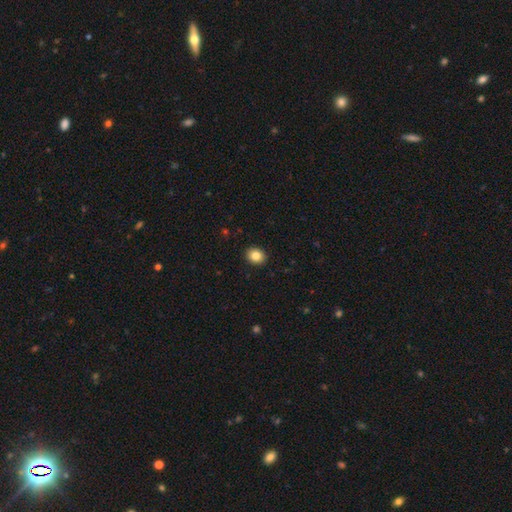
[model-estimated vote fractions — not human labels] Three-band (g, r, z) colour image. It shows a smooth galaxy with no disk features (85%) that is round (61%). Merging: none (92%).